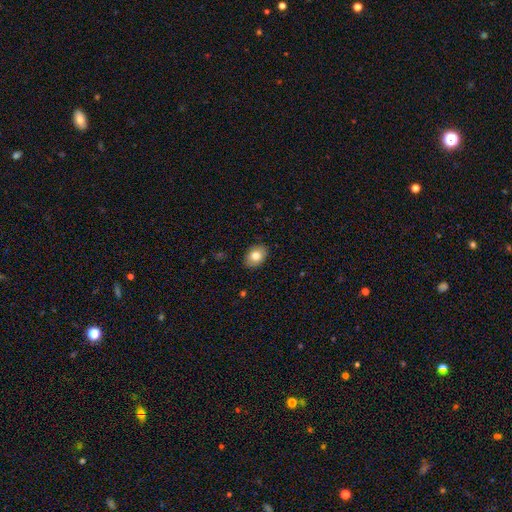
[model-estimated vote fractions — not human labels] smooth 79%, featured or disk 13%, star or artifact 8%. Down the decision tree: how rounded — in between (68%); merging — none (88%).